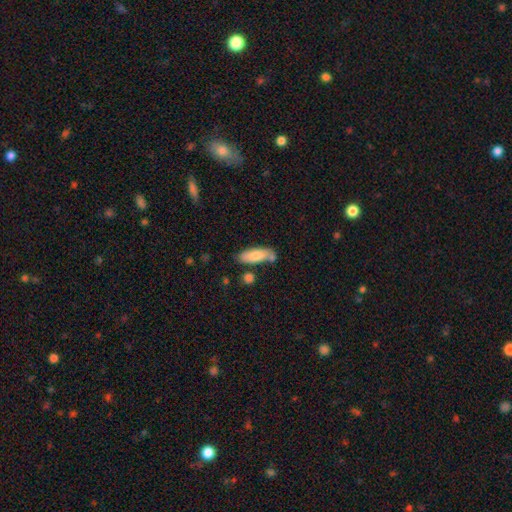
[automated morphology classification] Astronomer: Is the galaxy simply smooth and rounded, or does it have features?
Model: smooth — 79%.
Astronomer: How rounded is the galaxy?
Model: in between — 64%.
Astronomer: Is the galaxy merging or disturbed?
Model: none — 65%.